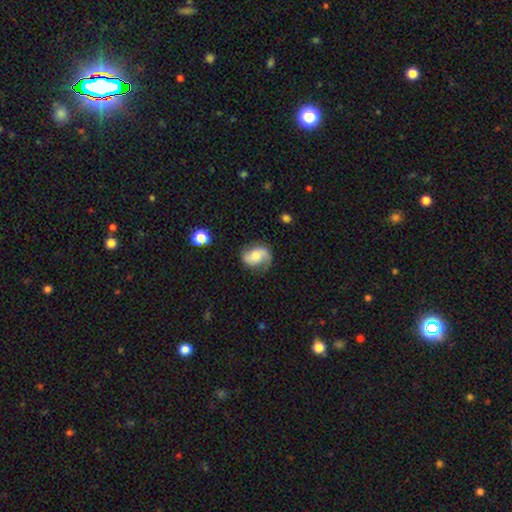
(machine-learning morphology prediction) Smooth or featured? featured or disk (70%)
Edge-on disk? no (97%)
Bar? no (54%)
Spiral arms? yes (94%)
Spiral winding? loose (44%)
Spiral arm count? 2 (80%)
Bulge size? moderate (60%)
Merging? none (69%)